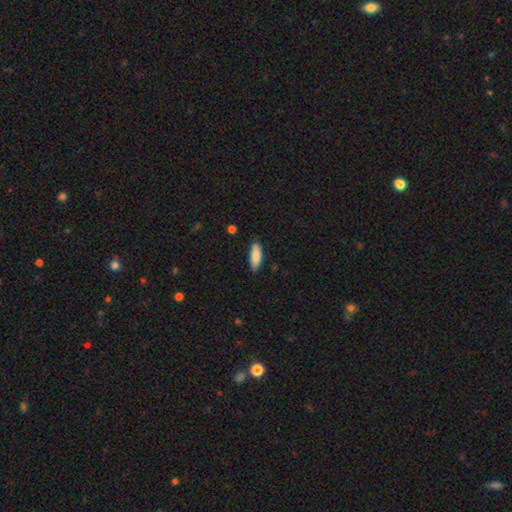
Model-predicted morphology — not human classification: Smooth or featured: smooth — 86% (featured or disk — 8%)
How rounded: in between — 57% (cigar-shaped — 42%)
Merging: none — 82% (minor disturbance — 14%)